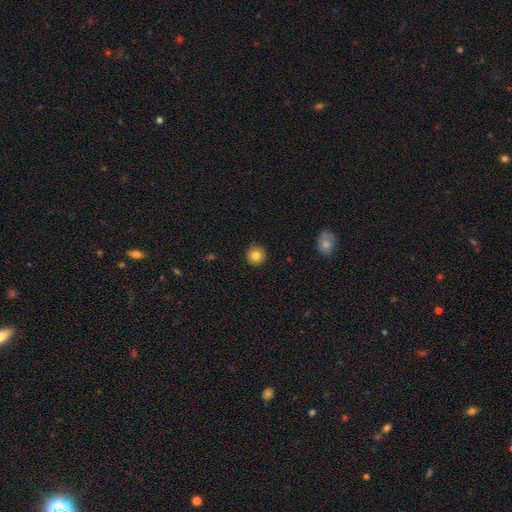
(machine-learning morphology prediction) The model was most divided on "smooth or featured": smooth: 82%, star or artifact: 10%, featured or disk: 7%. More confident: how rounded — round (95%); merging — none (91%).